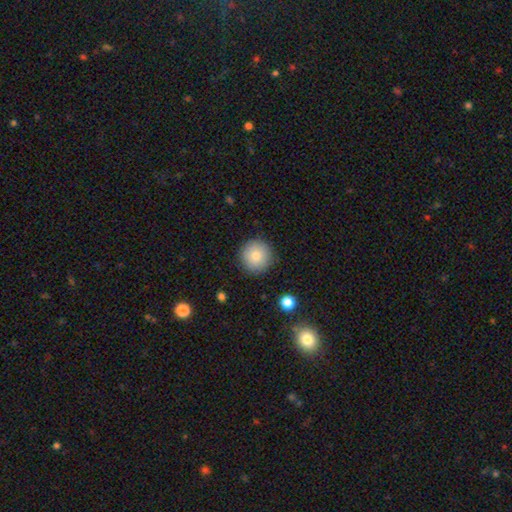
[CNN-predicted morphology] Smooth or featured?
  - smooth: 81% *
  - featured or disk: 9%
  - star or artifact: 9%
How rounded?
  - round: 96% *
  - in between: 3%
  - cigar-shaped: 1%
Merging?
  - none: 90% *
  - minor disturbance: 7%
  - major disturbance: 2%
  - merger: 1%